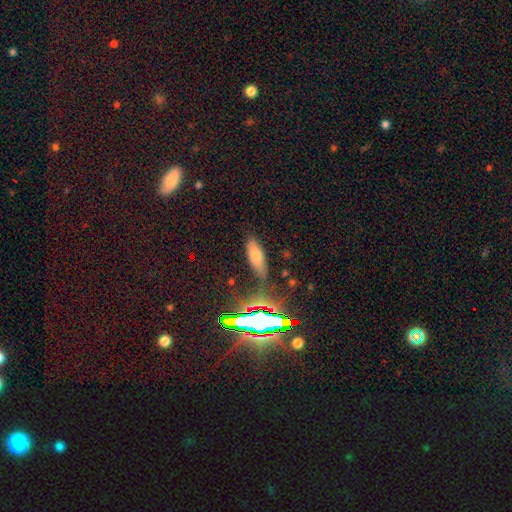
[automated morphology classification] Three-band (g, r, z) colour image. It shows a smooth galaxy with no disk features (63%) that is in between round and cigar-shaped (60%). Merging: none (79%).